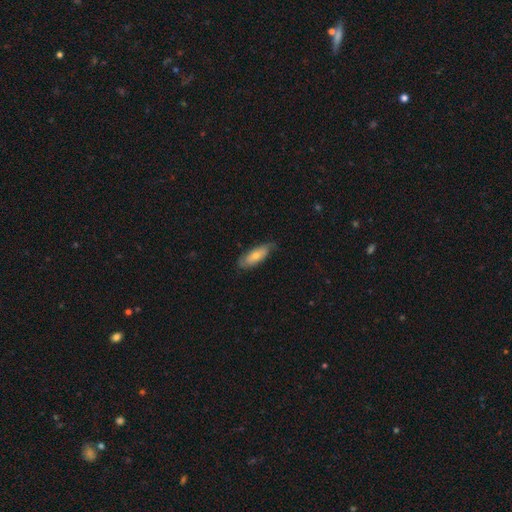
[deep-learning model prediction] smooth 64%, featured or disk 30%, star or artifact 6%. Down the decision tree: how rounded — in between (69%); merging — none (71%).